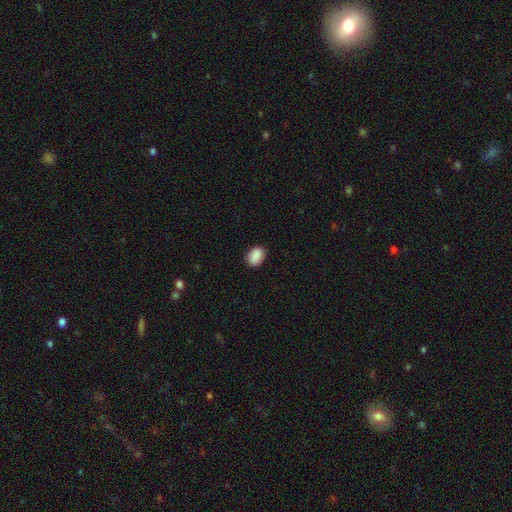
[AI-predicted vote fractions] Smooth or featured: smooth — 90% (star or artifact — 8%)
How rounded: in between — 79% (round — 19%)
Merging: none — 86% (minor disturbance — 11%)